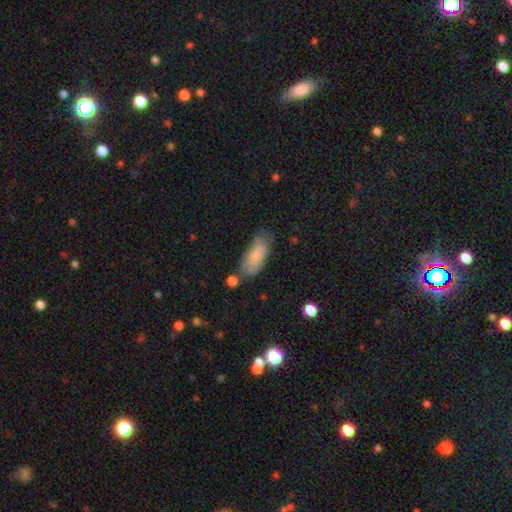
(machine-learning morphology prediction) Smooth or featured? Predicted: smooth (p=0.78). How rounded? Predicted: in between (p=0.86). Merging? Predicted: none (p=0.55).